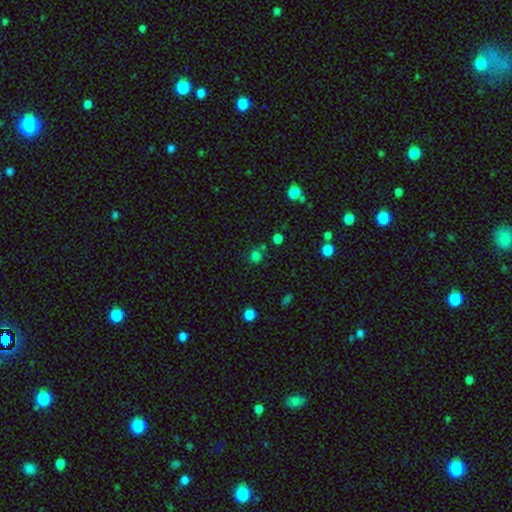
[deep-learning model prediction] smooth 74%, star or artifact 20%, featured or disk 6%. Down the decision tree: how rounded — round (88%); merging — none (72%).